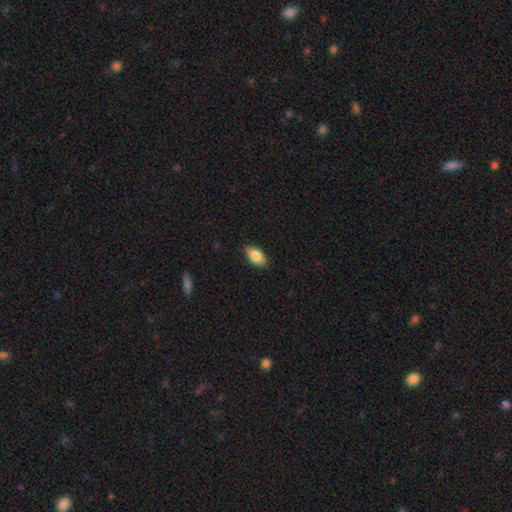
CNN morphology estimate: Overall: smooth (85%). How rounded: in between (92%). Merging: none (85%).